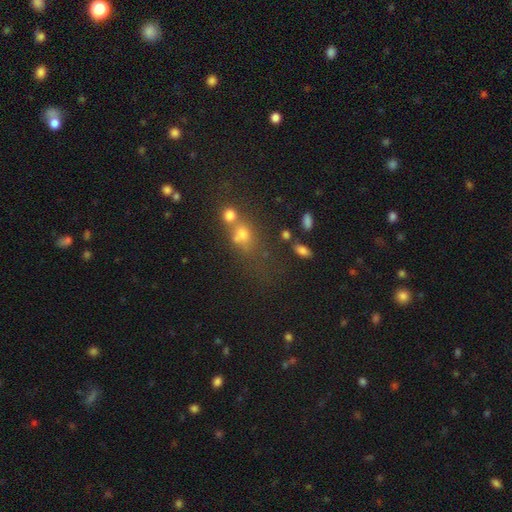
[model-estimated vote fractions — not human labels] Morphology: type=smooth (50%); merging=none (45%).